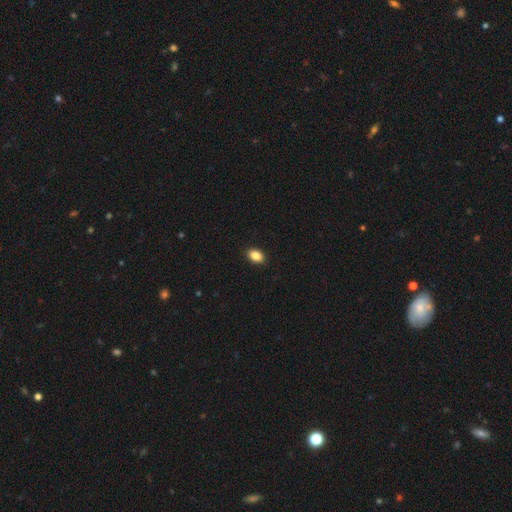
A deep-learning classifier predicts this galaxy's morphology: Smooth or featured? Predicted: smooth (p=0.87). How rounded? Predicted: in between (p=0.85). Merging? Predicted: none (p=0.91).